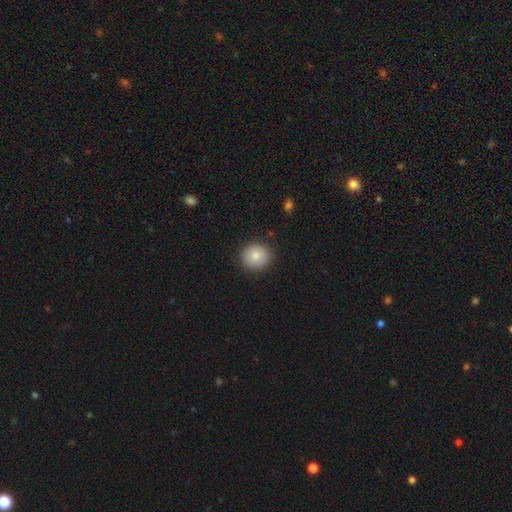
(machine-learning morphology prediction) Smooth or featured?
  - smooth: 84% *
  - star or artifact: 8%
  - featured or disk: 7%
How rounded?
  - round: 90% *
  - in between: 9%
  - cigar-shaped: 1%
Merging?
  - none: 89% *
  - minor disturbance: 8%
  - major disturbance: 2%
  - merger: 1%